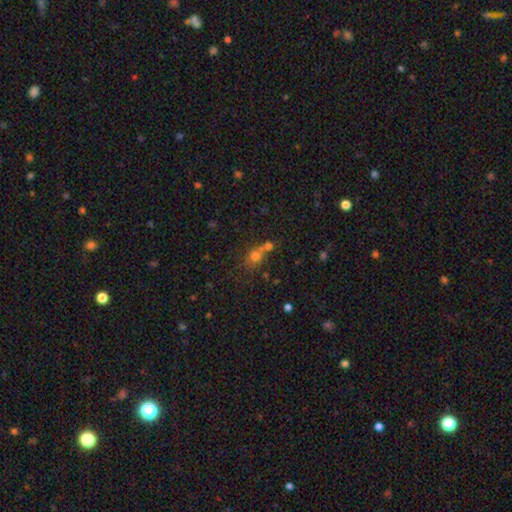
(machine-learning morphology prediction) smooth-or-featured: smooth: 64% | star or artifact: 22% | featured or disk: 14%
  how-rounded: round: 77% | in between: 21% | cigar-shaped: 2%
  merging: merger: 44% | none: 43% | minor disturbance: 9% | major disturbance: 5%